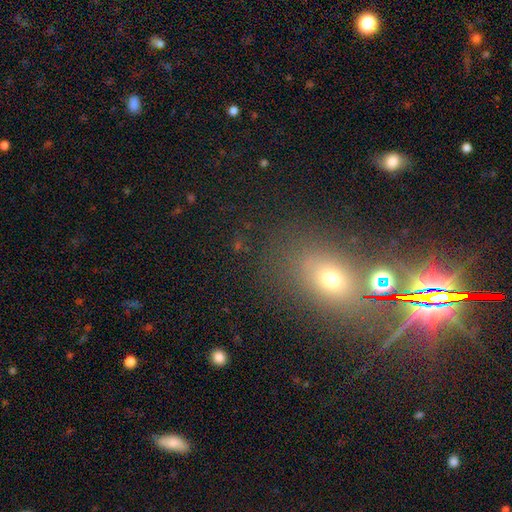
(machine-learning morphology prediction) Overall: star or artifact (49%; smooth 35%).